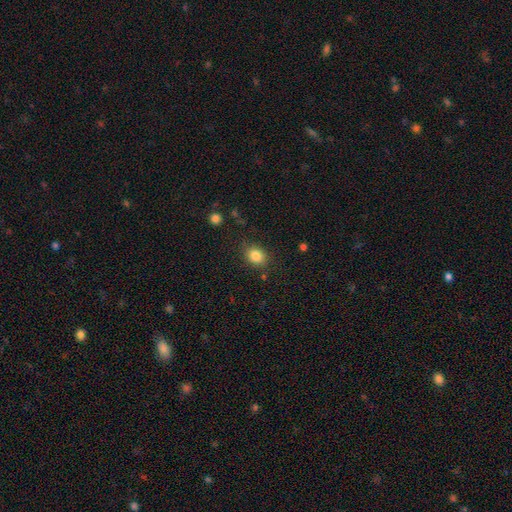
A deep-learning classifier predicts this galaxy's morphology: Smooth or featured?
  - smooth: 85% *
  - star or artifact: 10%
  - featured or disk: 6%
How rounded?
  - in between: 52% *
  - round: 47%
  - cigar-shaped: 1%
Merging?
  - none: 81% *
  - minor disturbance: 13%
  - major disturbance: 4%
  - merger: 2%